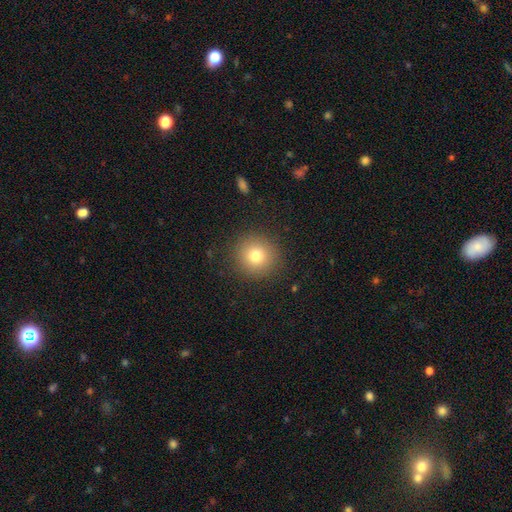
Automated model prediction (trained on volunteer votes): Q: Smooth or featured?
A: smooth (78%); runner-up: star or artifact (12%)
Q: How rounded?
A: round (93%); runner-up: in between (6%)
Q: Merging?
A: none (90%); runner-up: minor disturbance (6%)